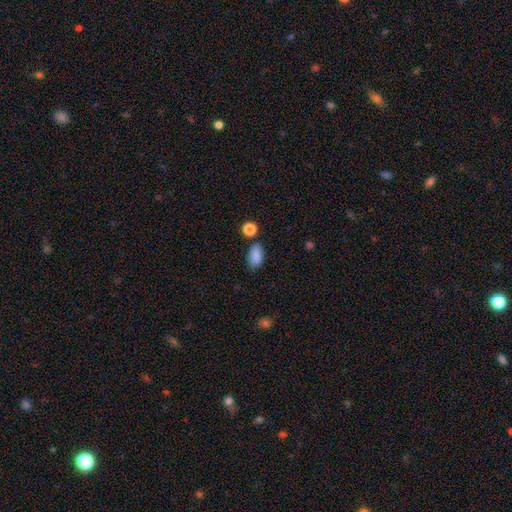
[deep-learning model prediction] Smooth or featured: smooth — 87% (star or artifact — 8%)
How rounded: in between — 90% (round — 6%)
Merging: none — 71% (minor disturbance — 18%)